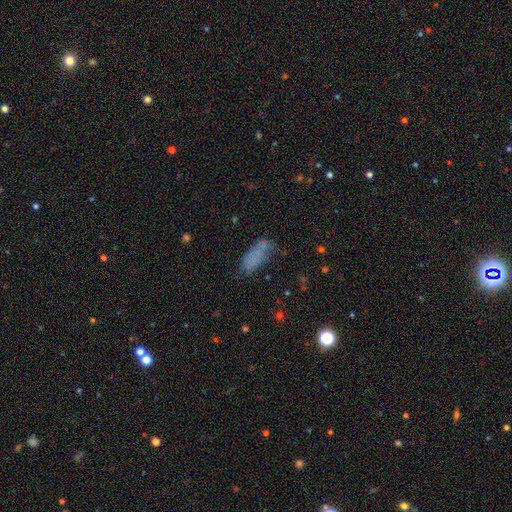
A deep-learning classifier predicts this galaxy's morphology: Smooth or featured? smooth (70%)
How rounded? in between (68%)
Merging? none (54%)